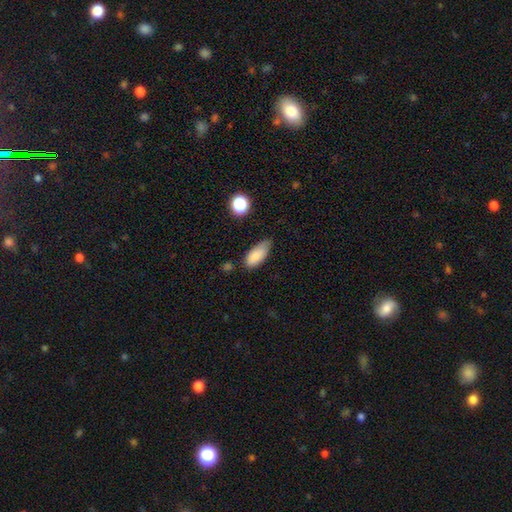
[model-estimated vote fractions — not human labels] Smooth or featured?
  - smooth: 83% *
  - featured or disk: 8%
  - star or artifact: 8%
How rounded?
  - in between: 87% *
  - cigar-shaped: 10%
  - round: 3%
Merging?
  - none: 54% *
  - minor disturbance: 36%
  - major disturbance: 7%
  - merger: 3%